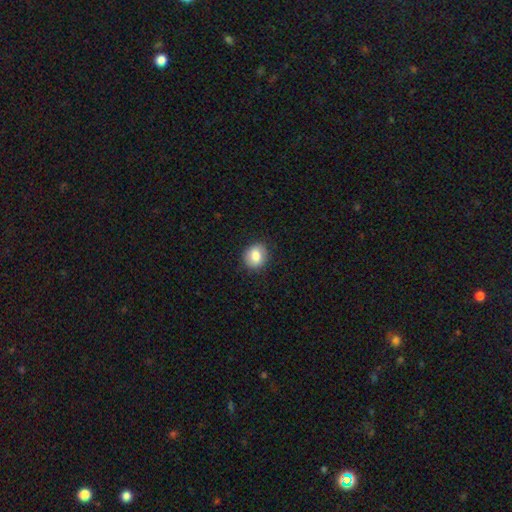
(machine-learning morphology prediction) Overall: smooth (83%). How rounded: round (74%). Merging: none (87%).